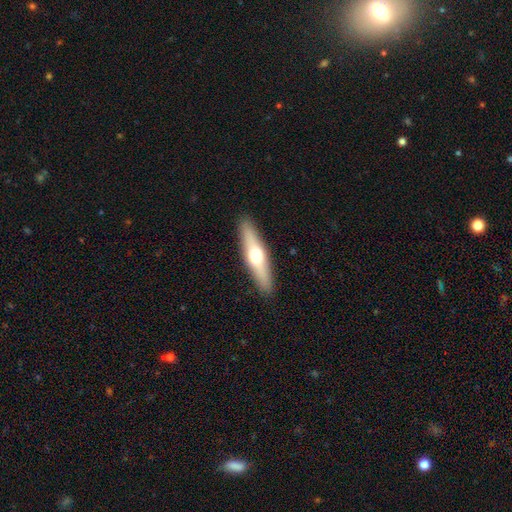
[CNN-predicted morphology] A smooth galaxy with no disk features (49%). Merging: none (90%).